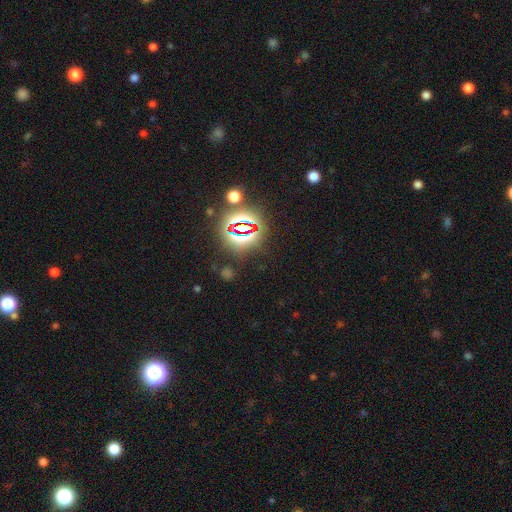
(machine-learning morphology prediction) Smooth or featured?
  - star or artifact: 80% *
  - smooth: 12%
  - featured or disk: 8%